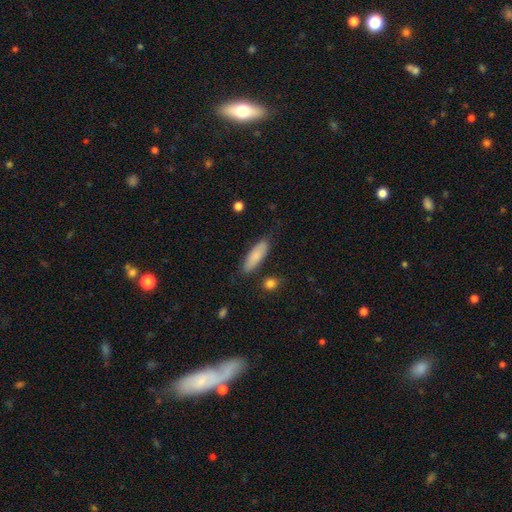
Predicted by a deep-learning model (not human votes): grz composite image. It shows a smooth galaxy with no disk features (82%) that is in between round and cigar-shaped (55%). Merging: none (81%).